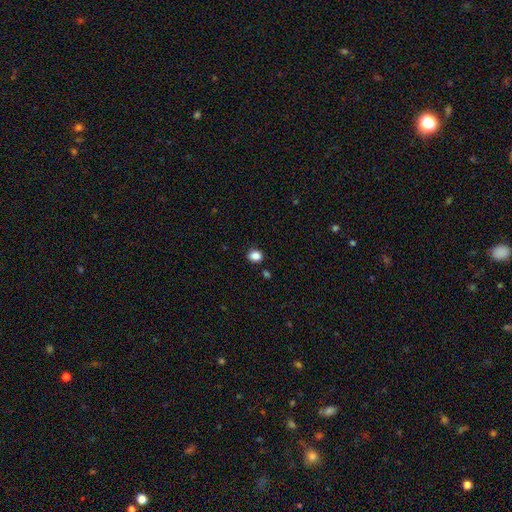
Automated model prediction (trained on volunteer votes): Smooth or featured? smooth (86%)
How rounded? round (58%)
Merging? none (87%)